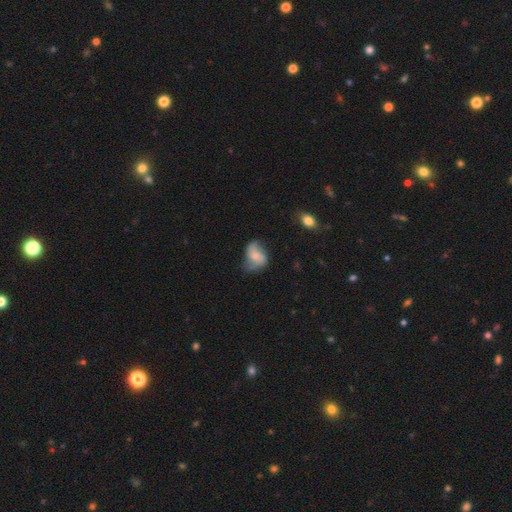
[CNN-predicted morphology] Smooth or featured?
  - featured or disk: 49% *
  - smooth: 43%
  - star or artifact: 9%
Merging?
  - none: 44% *
  - minor disturbance: 32%
  - major disturbance: 21%
  - merger: 3%